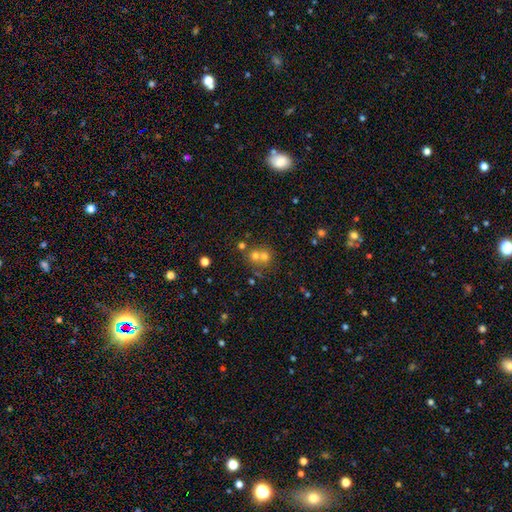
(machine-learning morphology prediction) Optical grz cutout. It shows a smooth galaxy with no disk features (54%) that is round (82%). Merging: none (45%, tied with merger).